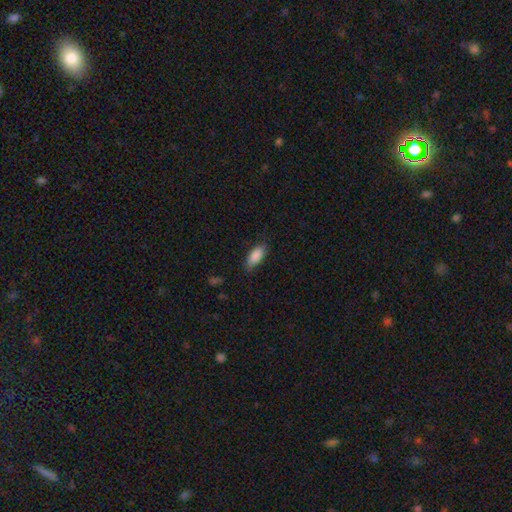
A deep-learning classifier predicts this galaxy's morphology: Smooth or featured?
  - smooth: 88% *
  - star or artifact: 6%
  - featured or disk: 6%
How rounded?
  - in between: 85% *
  - cigar-shaped: 13%
  - round: 2%
Merging?
  - none: 76% *
  - minor disturbance: 19%
  - major disturbance: 4%
  - merger: 1%